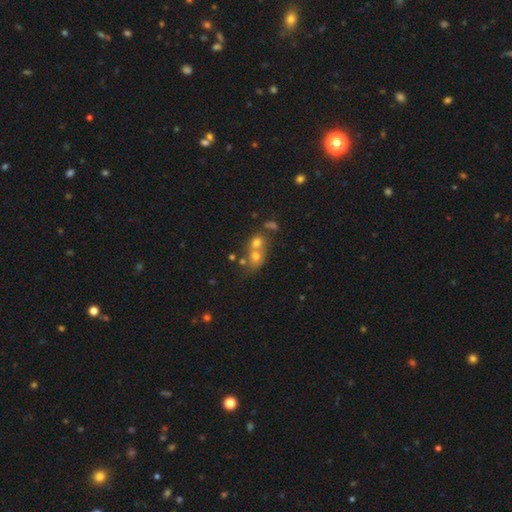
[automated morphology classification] The model was most divided on "merging": merger: 56%, none: 33%, minor disturbance: 7%, major disturbance: 4%. More confident: how rounded — round (71%); smooth or featured — smooth (52%).